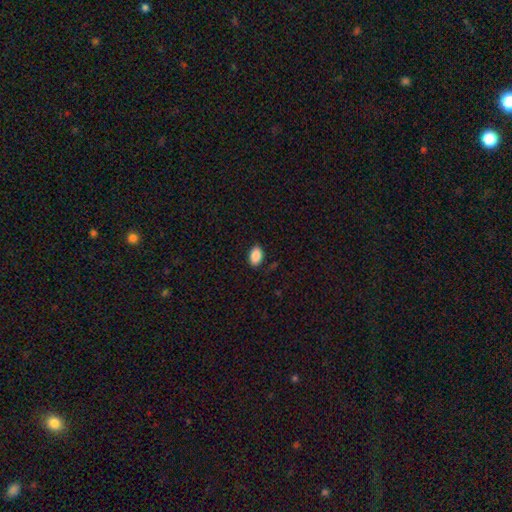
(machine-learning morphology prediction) Smooth or featured? Predicted: smooth (p=0.89). How rounded? Predicted: in between (p=0.90). Merging? Predicted: none (p=0.87).